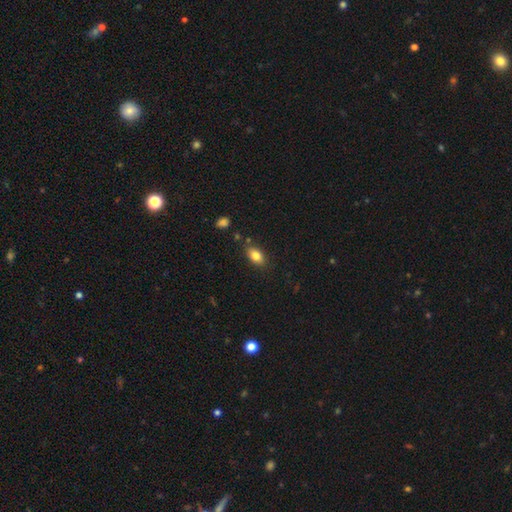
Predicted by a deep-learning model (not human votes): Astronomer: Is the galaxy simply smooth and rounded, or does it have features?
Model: smooth — 83%.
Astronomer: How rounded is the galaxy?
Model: in between — 85%.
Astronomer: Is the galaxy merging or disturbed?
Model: none — 81%.